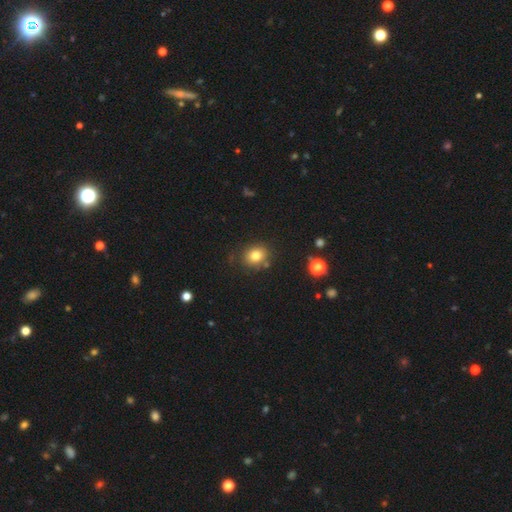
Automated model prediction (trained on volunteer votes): This appears to be a smooth galaxy with no disk features (79%) that is round (67%). Merging: none (79%).